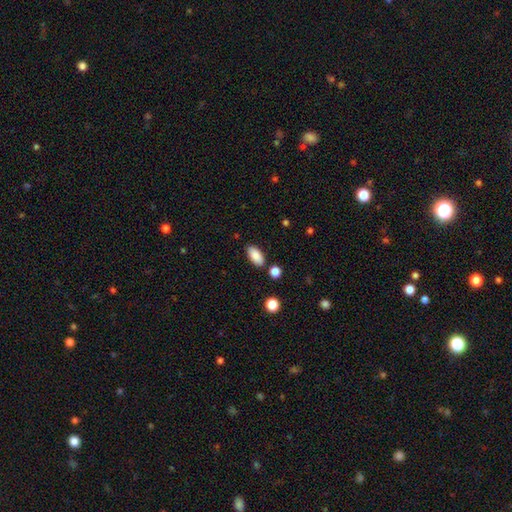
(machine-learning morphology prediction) Overall: smooth (88%). How rounded: in between (91%). Merging: none (83%).